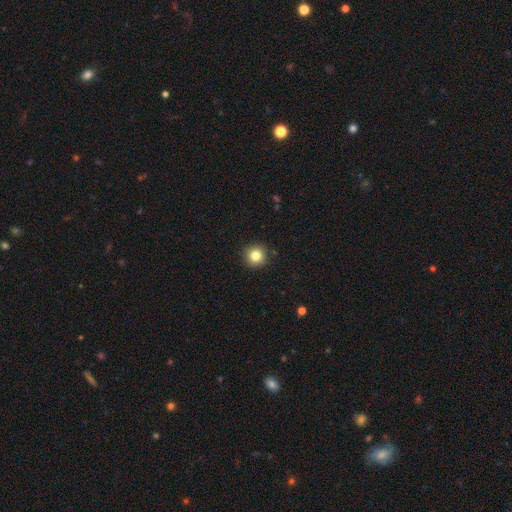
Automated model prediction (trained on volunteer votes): A smooth galaxy with no disk features (83%) that is round (94%). Merging: none (91%).